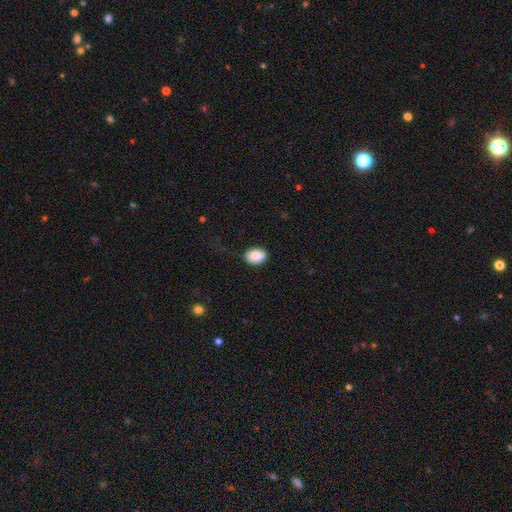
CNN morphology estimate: smooth-or-featured: smooth: 86% | star or artifact: 7% | featured or disk: 7%
  how-rounded: in between: 77% | round: 22% | cigar-shaped: 1%
  merging: none: 79% | minor disturbance: 15% | major disturbance: 4% | merger: 1%